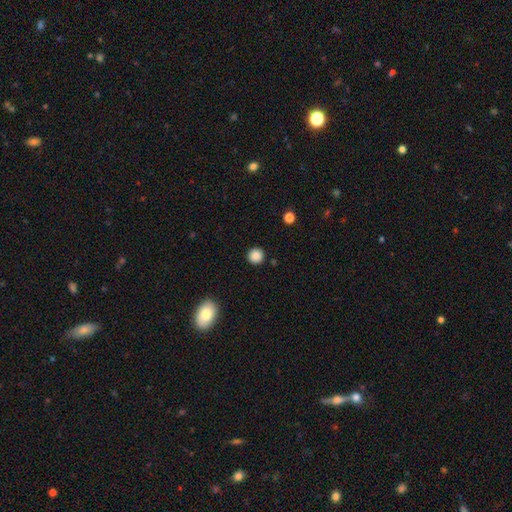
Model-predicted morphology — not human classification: This is clearly a smooth galaxy (87%). How rounded: clearly round (95%). Merging: clearly none (91%).